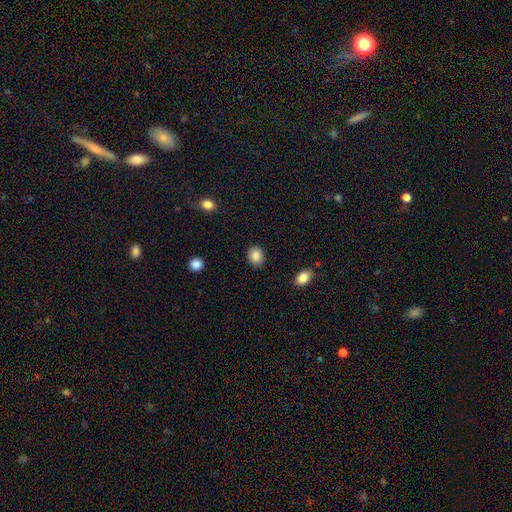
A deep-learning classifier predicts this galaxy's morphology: smooth 87%, star or artifact 8%, featured or disk 4%. Down the decision tree: how rounded — round (58%); merging — none (89%).